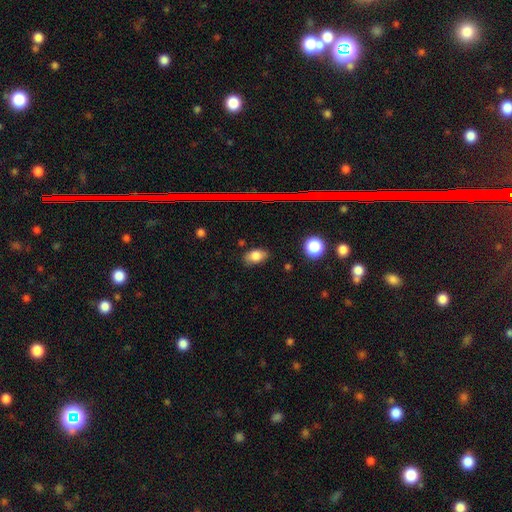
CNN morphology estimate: This is clearly a smooth galaxy (80%). How rounded: clearly in between (83%). Merging: likely none (77%).